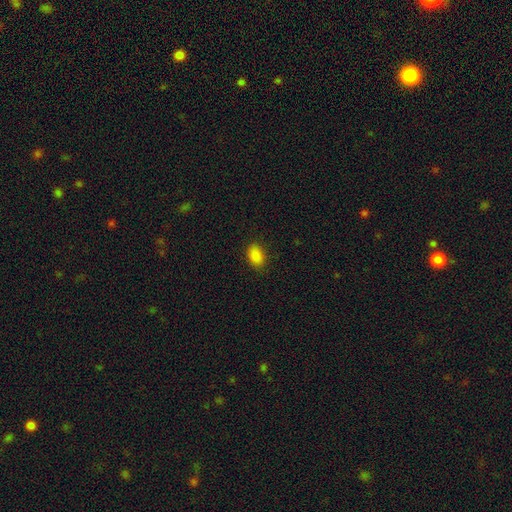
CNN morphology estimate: Smooth or featured?
  - smooth: 87% *
  - star or artifact: 10%
  - featured or disk: 3%
How rounded?
  - in between: 86% *
  - round: 13%
  - cigar-shaped: 1%
Merging?
  - none: 86% *
  - minor disturbance: 11%
  - major disturbance: 3%
  - merger: 1%